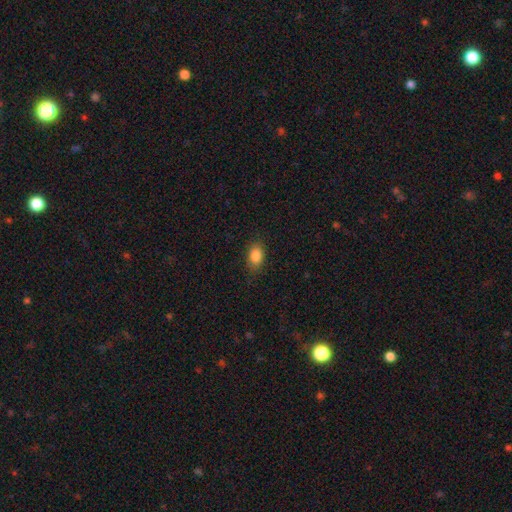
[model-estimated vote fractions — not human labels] A smooth galaxy with no disk features (86%) that is in between round and cigar-shaped (84%).

Vote fractions:
- Smooth or featured? smooth: 86% / star or artifact: 8% / featured or disk: 6%
- How rounded? in between: 84% / round: 14% / cigar-shaped: 2%
- Merging? none: 83% / minor disturbance: 13% / major disturbance: 3% / merger: 1%